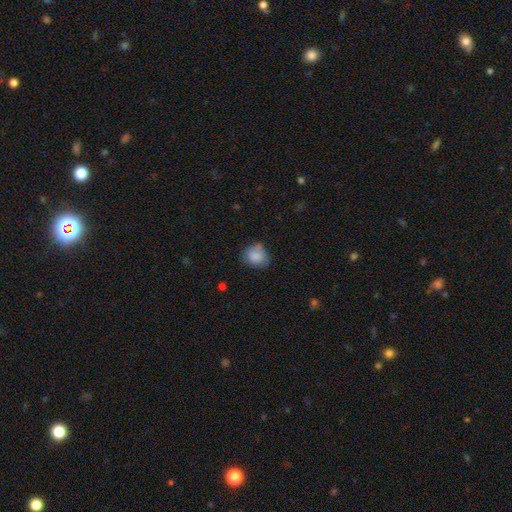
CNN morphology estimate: smooth_or_featured: smooth (p=0.80) [alt: featured or disk p=0.11]
how_rounded: round (p=0.65) [alt: in between p=0.34]
merging: none (p=0.56) [alt: minor disturbance p=0.31]